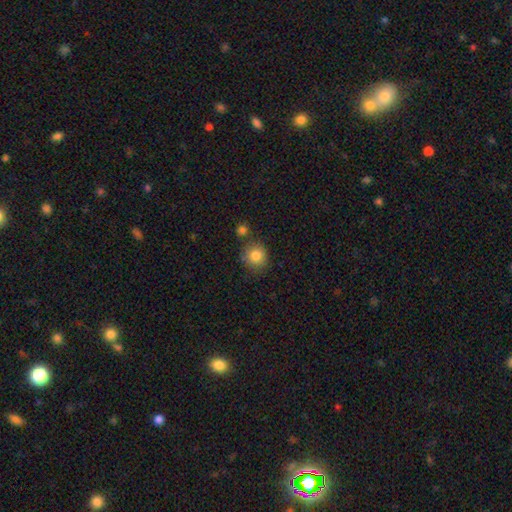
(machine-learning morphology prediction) Overall: smooth (83%). How rounded: round (88%). Merging: none (76%).